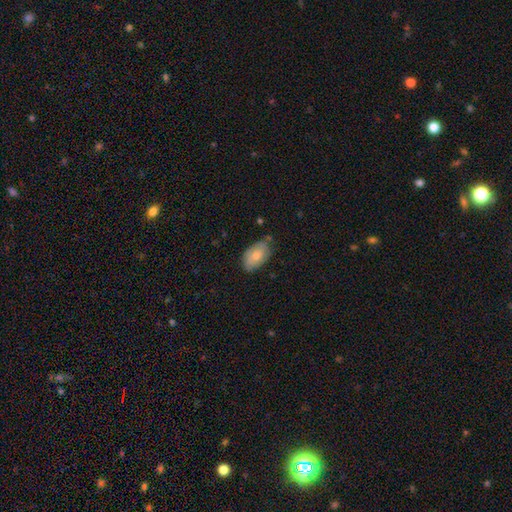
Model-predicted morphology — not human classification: smooth-or-featured: smooth: 71% | featured or disk: 22% | star or artifact: 6%
  how-rounded: in between: 93% | round: 5% | cigar-shaped: 2%
  merging: none: 69% | minor disturbance: 25% | major disturbance: 4% | merger: 3%